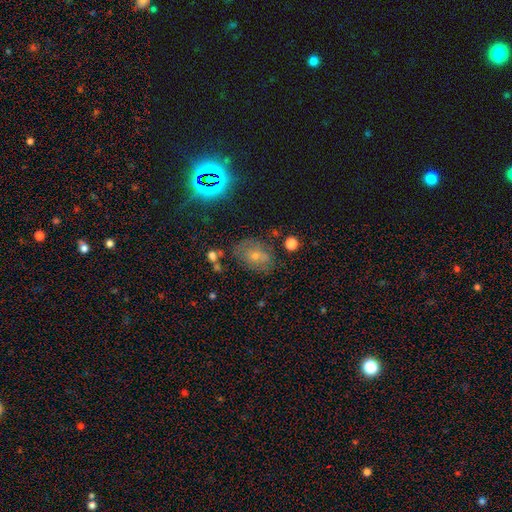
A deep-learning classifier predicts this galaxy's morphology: A star or artifact, not a galaxy (35%).

Vote fractions:
- Smooth or featured? star or artifact: 35% / featured or disk: 34% / smooth: 31%